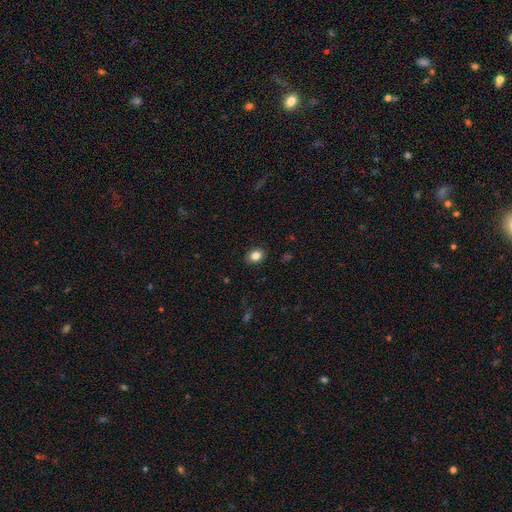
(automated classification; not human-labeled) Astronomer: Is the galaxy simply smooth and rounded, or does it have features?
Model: smooth — 84%.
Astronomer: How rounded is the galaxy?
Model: in between — 54% (runner-up: round, 45%).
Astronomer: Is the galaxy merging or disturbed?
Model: none — 89%.